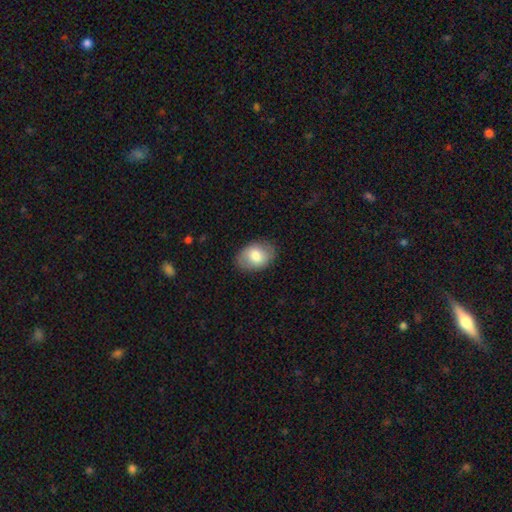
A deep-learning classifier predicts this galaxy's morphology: Smooth or featured? Predicted: smooth (p=0.75). How rounded? Predicted: in between (p=0.80). Merging? Predicted: none (p=0.83).